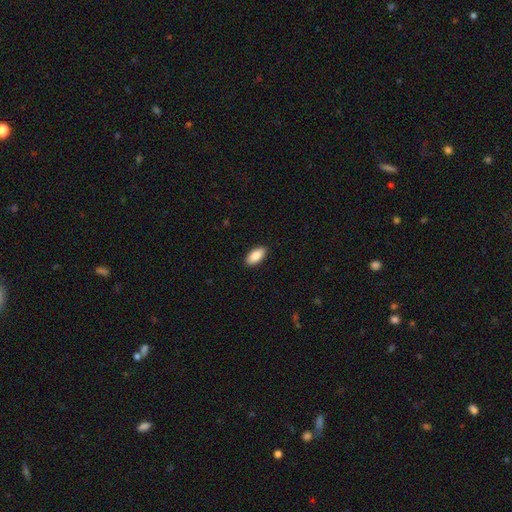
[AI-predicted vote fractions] Smooth or featured?
  - smooth: 89% *
  - star or artifact: 6%
  - featured or disk: 5%
How rounded?
  - in between: 92% *
  - cigar-shaped: 6%
  - round: 2%
Merging?
  - none: 90% *
  - minor disturbance: 7%
  - major disturbance: 2%
  - merger: 1%